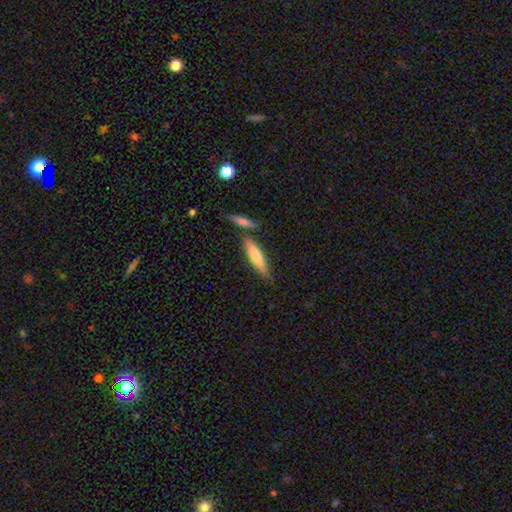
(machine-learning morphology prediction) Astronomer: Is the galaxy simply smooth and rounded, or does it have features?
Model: smooth — 61%.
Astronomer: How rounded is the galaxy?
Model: cigar-shaped — 80%.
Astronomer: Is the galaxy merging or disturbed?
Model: none — 73%.